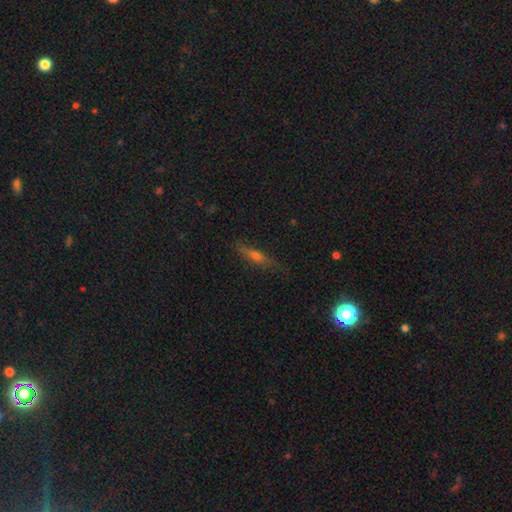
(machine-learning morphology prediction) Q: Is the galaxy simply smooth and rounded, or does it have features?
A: featured or disk — 49%.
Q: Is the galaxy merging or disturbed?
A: none — 81%.